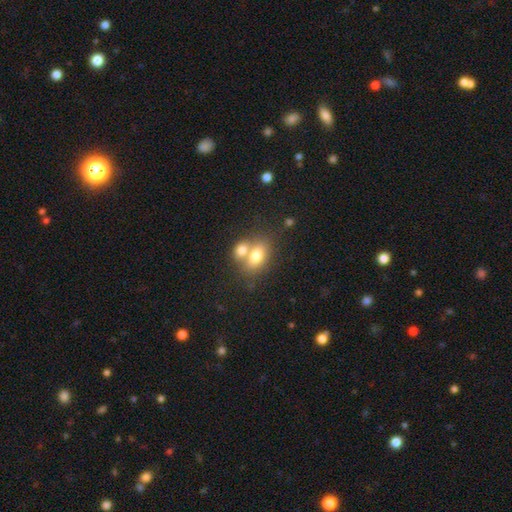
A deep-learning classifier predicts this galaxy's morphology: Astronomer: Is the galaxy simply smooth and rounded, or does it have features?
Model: smooth — 75%.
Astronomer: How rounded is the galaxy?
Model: in between — 81%.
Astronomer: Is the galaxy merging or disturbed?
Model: merger — 57%.